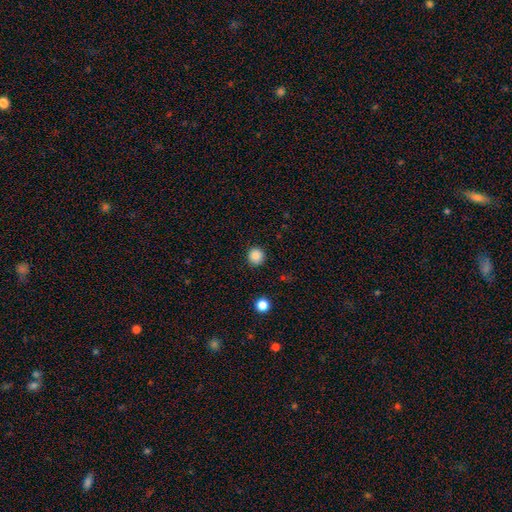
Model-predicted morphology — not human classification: smooth_or_featured: smooth (p=0.87) [alt: star or artifact p=0.11]
how_rounded: round (p=0.93) [alt: in between p=0.06]
merging: none (p=0.91) [alt: minor disturbance p=0.06]